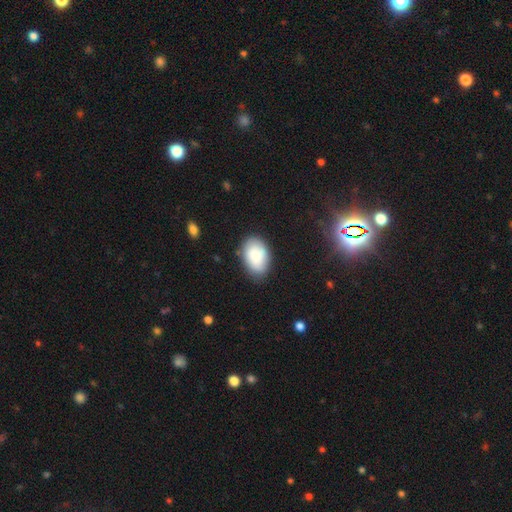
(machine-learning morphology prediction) Smooth or featured: smooth — 85% (featured or disk — 8%)
How rounded: in between — 88% (round — 11%)
Merging: none — 76% (minor disturbance — 18%)